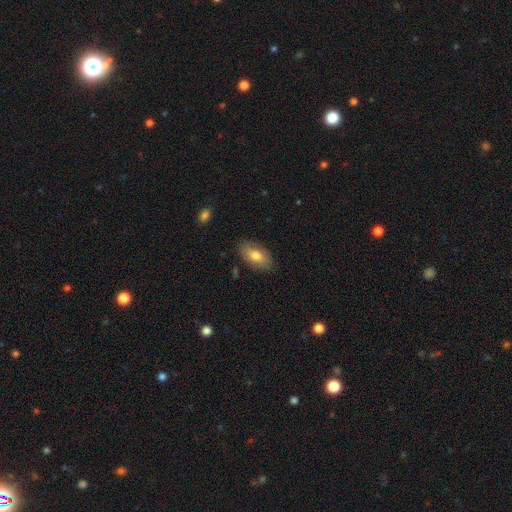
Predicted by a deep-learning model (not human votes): Smooth or featured? smooth (76%)
How rounded? in between (93%)
Merging? none (83%)